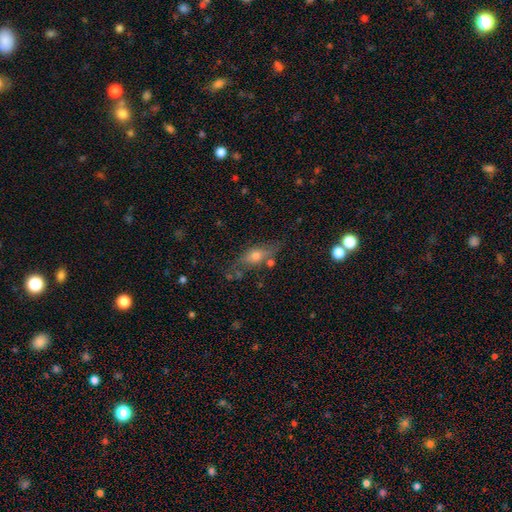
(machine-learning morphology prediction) Smooth or featured? smooth (49%)
Merging? none (68%)